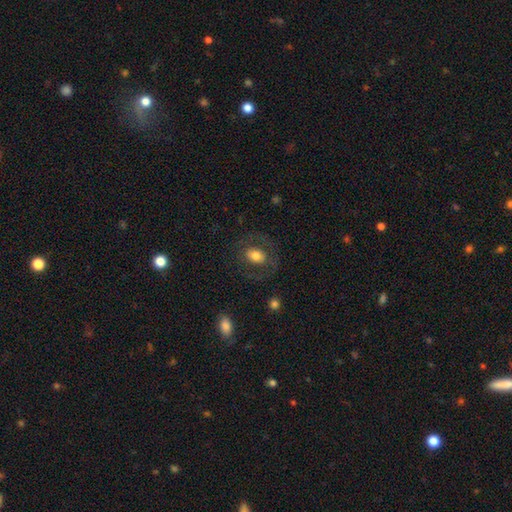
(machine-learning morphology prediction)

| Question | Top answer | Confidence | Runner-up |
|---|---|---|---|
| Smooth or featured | smooth | 63% | featured or disk (28%) |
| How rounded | in between | 65% | round (34%) |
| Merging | none | 73% | minor disturbance (13%) |